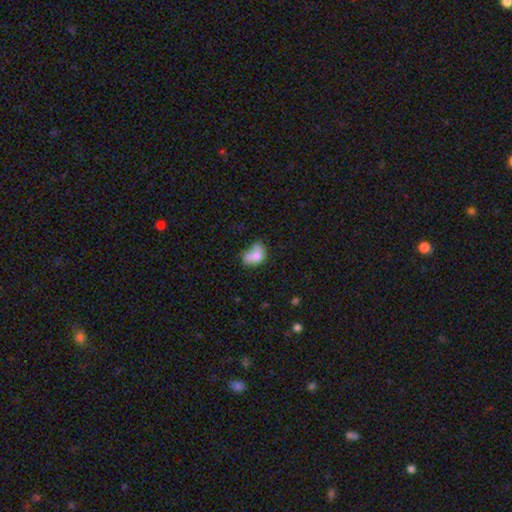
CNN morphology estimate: Smooth or featured? smooth (71%)
How rounded? in between (66%)
Merging? merger (35%)